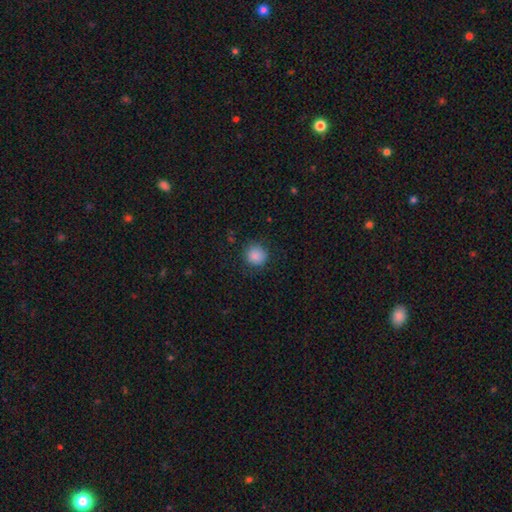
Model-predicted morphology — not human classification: type=smooth (87%); roundness=round (91%); merging=none (86%).